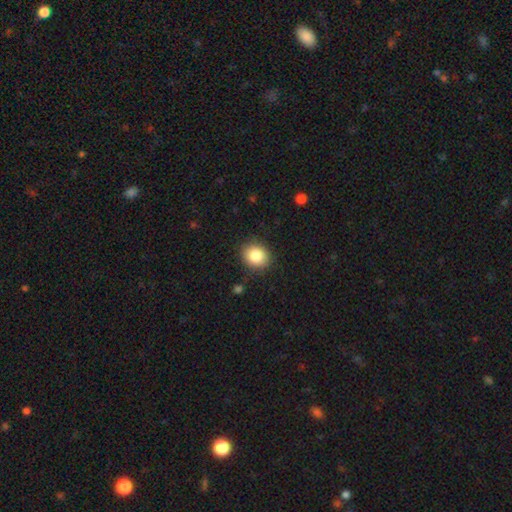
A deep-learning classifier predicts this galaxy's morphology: Smooth or featured: smooth — 85% (star or artifact — 9%)
How rounded: round — 64% (in between — 35%)
Merging: none — 88% (minor disturbance — 9%)